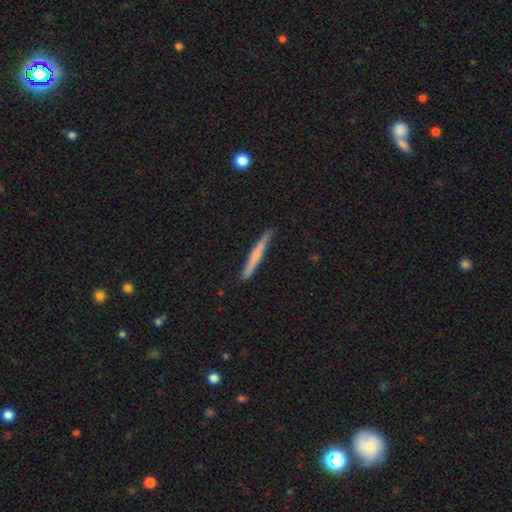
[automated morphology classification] Smooth or featured? smooth (53%)
How rounded? cigar-shaped (96%)
Merging? none (87%)